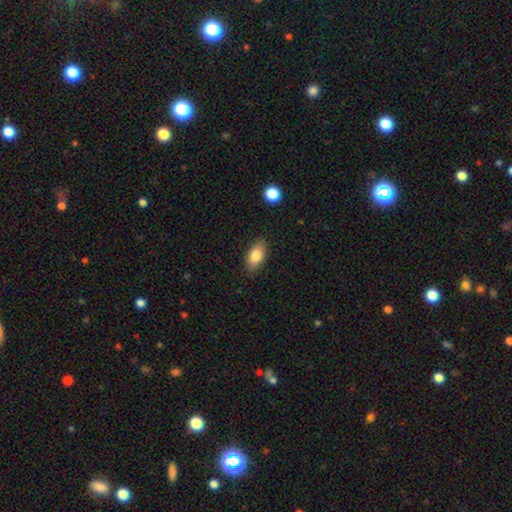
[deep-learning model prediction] Smooth or featured: smooth — 83% (featured or disk — 10%)
How rounded: in between — 91% (round — 5%)
Merging: none — 85% (minor disturbance — 11%)